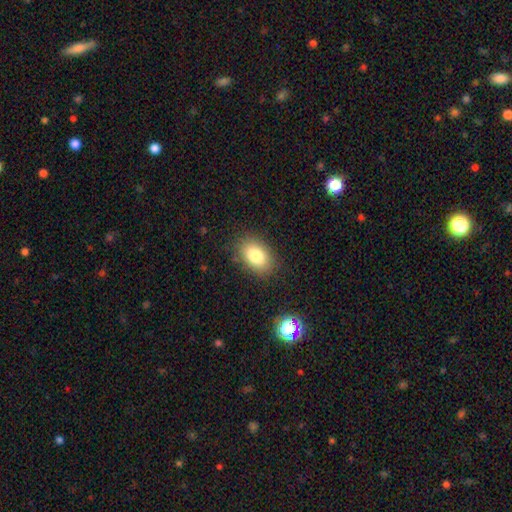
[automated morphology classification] Overall: smooth (80%). How rounded: in between (82%). Merging: none (85%).